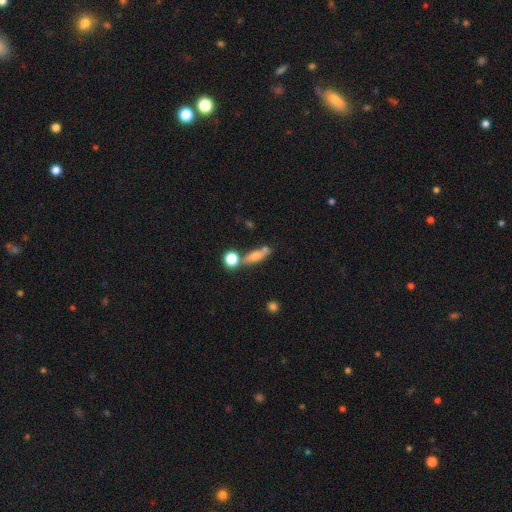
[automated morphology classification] smooth 62%, featured or disk 28%, star or artifact 11%. Down the decision tree: how rounded — cigar-shaped (49%); merging — none (59%).